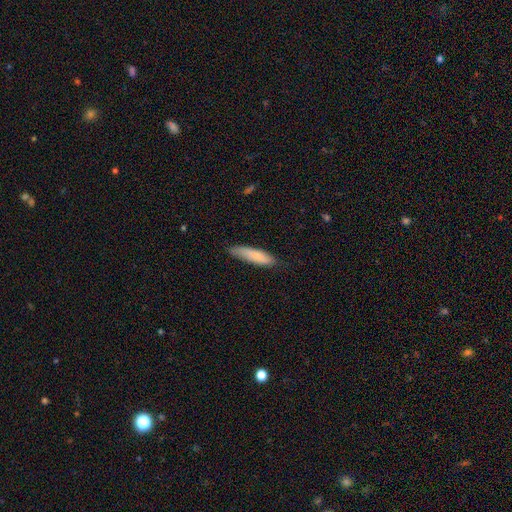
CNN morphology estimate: Smooth or featured? smooth (79%)
How rounded? cigar-shaped (74%)
Merging? none (72%)